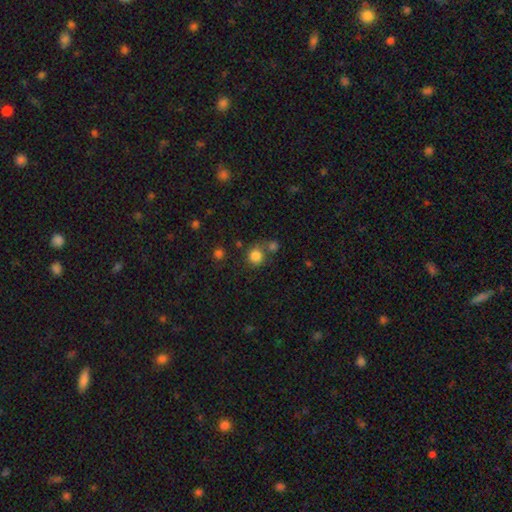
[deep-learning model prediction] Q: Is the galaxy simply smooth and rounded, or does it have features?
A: smooth — 82%.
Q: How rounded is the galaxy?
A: round — 89%.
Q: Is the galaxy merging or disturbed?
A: none — 65%.